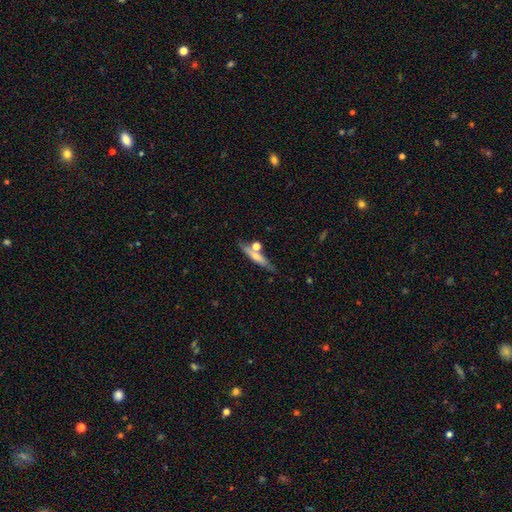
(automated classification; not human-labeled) The model was most divided on "smooth or featured": featured or disk: 49%, smooth: 43%, star or artifact: 8%. More confident: merging — none (68%).